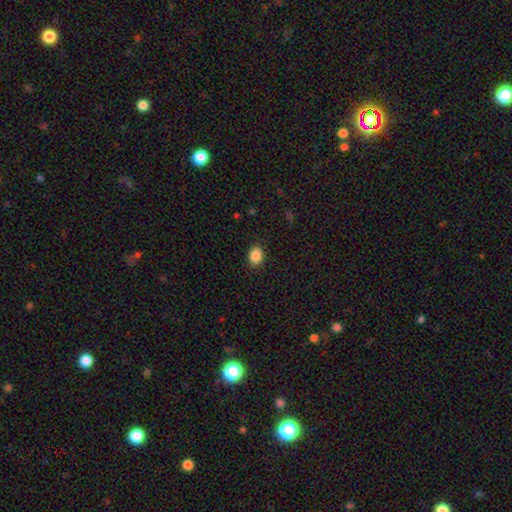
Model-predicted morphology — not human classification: smooth-or-featured: smooth: 87% | star or artifact: 9% | featured or disk: 4%
  how-rounded: in between: 59% | round: 40% | cigar-shaped: 1%
  merging: none: 88% | minor disturbance: 8% | major disturbance: 2% | merger: 1%